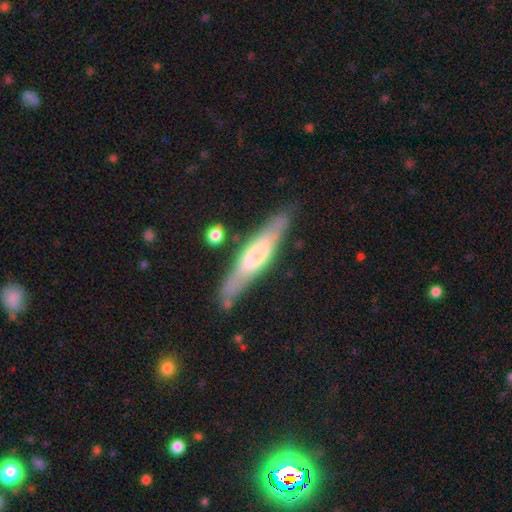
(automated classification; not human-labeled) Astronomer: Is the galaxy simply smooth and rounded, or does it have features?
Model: smooth — 47%, tied with featured or disk at 47%.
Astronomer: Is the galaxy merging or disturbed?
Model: none — 79%.